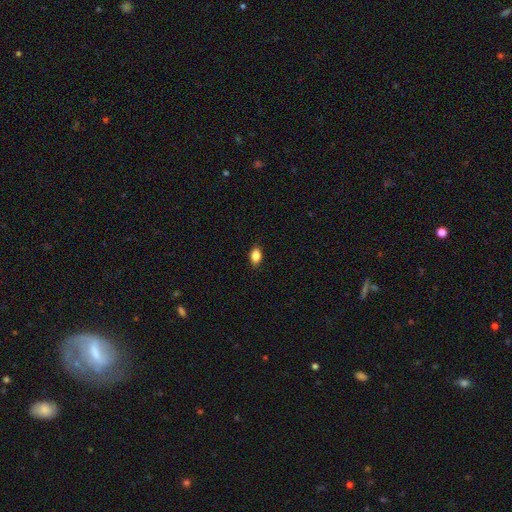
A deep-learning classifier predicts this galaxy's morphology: Smooth or featured: smooth — 87% (star or artifact — 8%)
How rounded: in between — 87% (round — 11%)
Merging: none — 88% (minor disturbance — 9%)